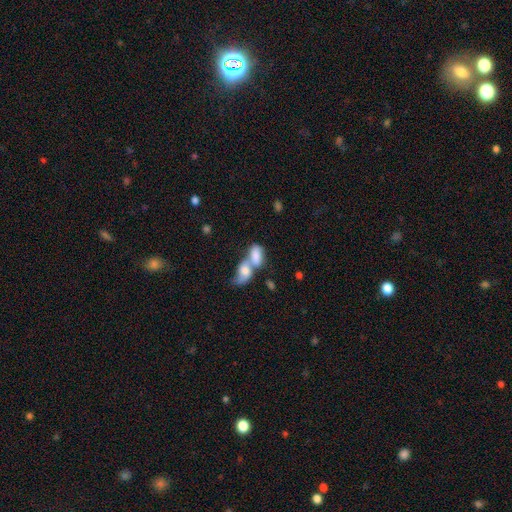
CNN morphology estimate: Q: Smooth or featured?
A: smooth (71%); runner-up: featured or disk (21%)
Q: How rounded?
A: in between (87%); runner-up: round (8%)
Q: Merging?
A: merger (81%); runner-up: none (9%)